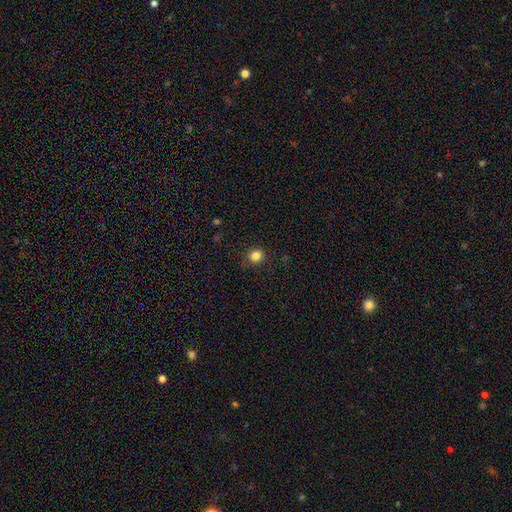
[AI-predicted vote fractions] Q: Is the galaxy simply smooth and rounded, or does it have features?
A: smooth — 83%.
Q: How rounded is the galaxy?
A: round — 89%.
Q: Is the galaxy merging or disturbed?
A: none — 87%.